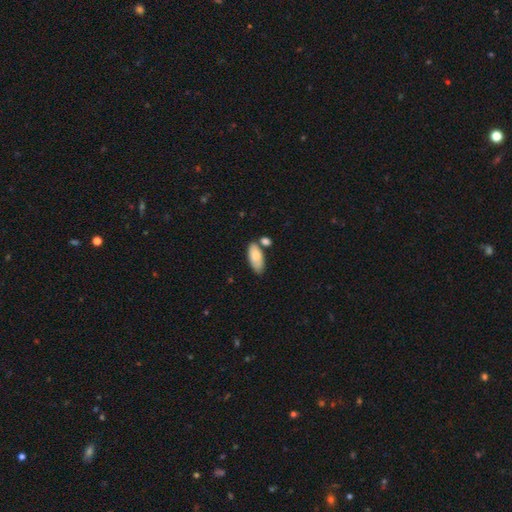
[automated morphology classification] Smooth or featured? Predicted: smooth (p=0.76). How rounded? Predicted: in between (p=0.88). Merging? Predicted: none (p=0.60).